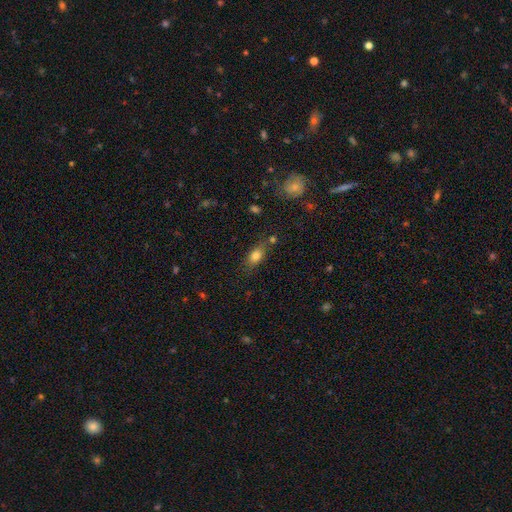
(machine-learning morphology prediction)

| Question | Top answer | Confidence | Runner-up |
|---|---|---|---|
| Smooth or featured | smooth | 79% | featured or disk (10%) |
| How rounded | in between | 79% | round (12%) |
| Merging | none | 70% | minor disturbance (17%) |